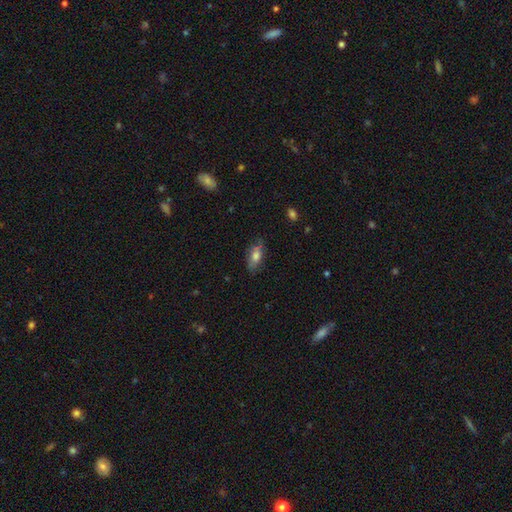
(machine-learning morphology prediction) This appears to be a smooth galaxy with no disk features (69%) that is in between round and cigar-shaped (81%). Merging: none (69%).